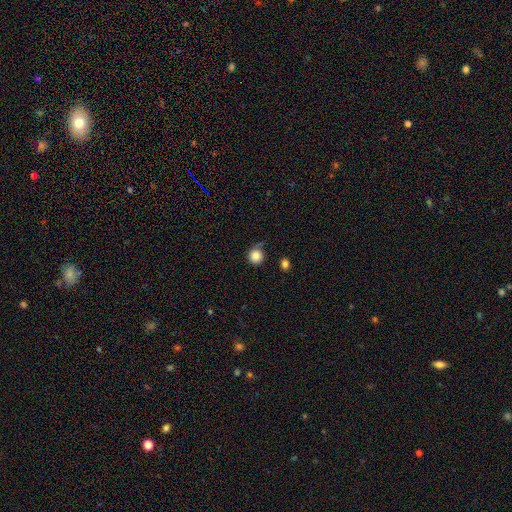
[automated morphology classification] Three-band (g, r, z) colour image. It shows a smooth galaxy with no disk features (84%) that is round (93%). Merging: none (66%).